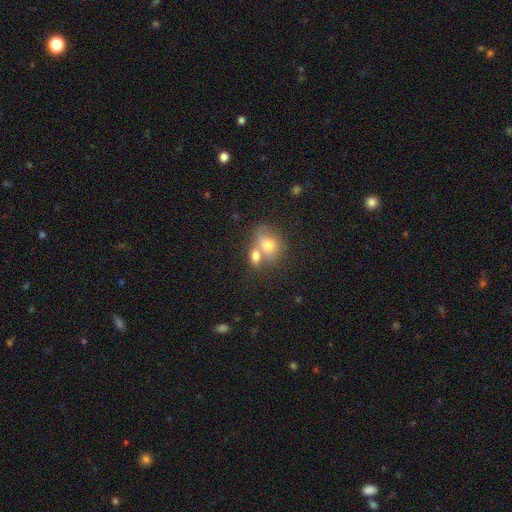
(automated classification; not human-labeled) Overall: smooth (74%). How rounded: in between (65%; round 33%). Merging: merger (59%; none 27%).